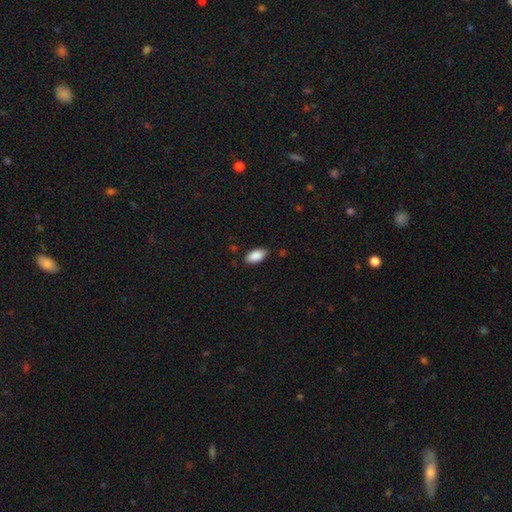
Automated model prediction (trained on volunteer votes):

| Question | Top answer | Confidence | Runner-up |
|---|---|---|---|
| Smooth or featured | smooth | 89% | star or artifact (6%) |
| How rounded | in between | 94% | cigar-shaped (4%) |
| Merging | none | 84% | minor disturbance (12%) |